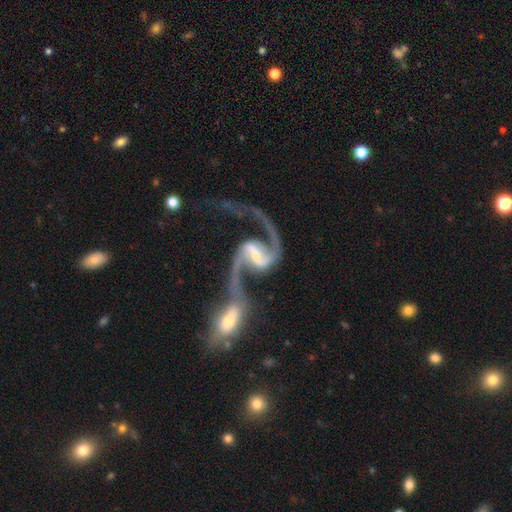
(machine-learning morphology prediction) The model was most divided on "merging": merger: 41%, none: 34%, major disturbance: 14%, minor disturbance: 10%. Remaining: edge-on disk — no (98%); spiral arms — yes (98%); spiral arm count — 2 (94%); smooth or featured — featured or disk (93%); spiral winding — loose (75%); bar — strong (49%); bulge size — small (47%).